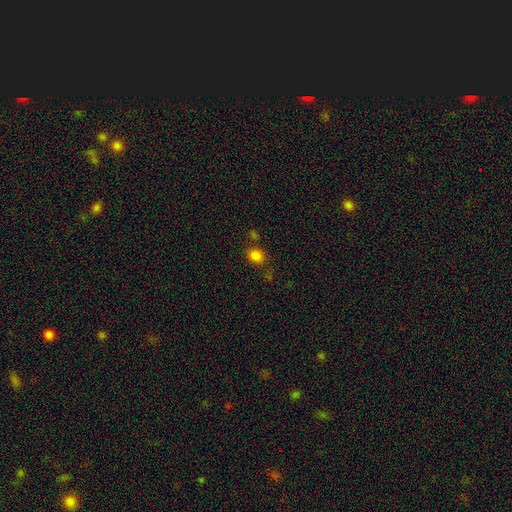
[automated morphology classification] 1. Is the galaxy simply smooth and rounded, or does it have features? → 80% smooth, 15% star or artifact, 4% featured or disk.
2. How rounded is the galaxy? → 59% round, 40% in between, 1% cigar-shaped.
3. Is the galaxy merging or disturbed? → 75% none, 13% minor disturbance, 8% merger, 4% major disturbance.